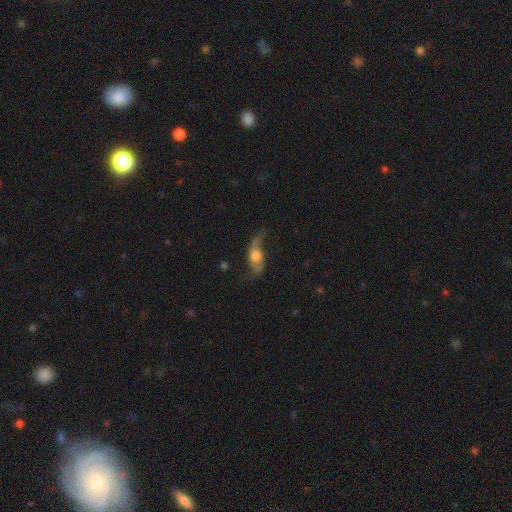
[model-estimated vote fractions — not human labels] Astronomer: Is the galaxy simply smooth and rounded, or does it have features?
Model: featured or disk — 56% (runner-up: smooth, 36%).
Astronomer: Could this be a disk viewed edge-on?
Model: no — 77%.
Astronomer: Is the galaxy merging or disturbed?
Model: none — 47% (runner-up: minor disturbance, 26%).